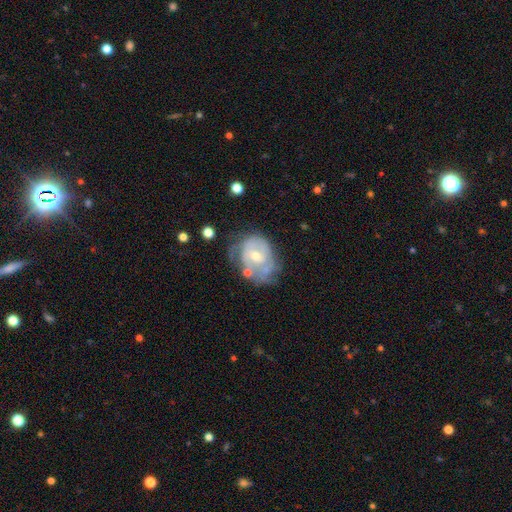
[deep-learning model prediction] Smooth or featured?
  - featured or disk: 69% *
  - smooth: 25%
  - star or artifact: 7%
Edge-on disk?
  - no: 97% *
  - yes: 3%
Bar?
  - no: 54% *
  - weak: 39%
  - strong: 7%
Spiral arms?
  - yes: 69% *
  - no: 31%
Bulge size?
  - small: 50% *
  - moderate: 46%
  - large: 2%
  - none: 2%
  - dominant: 1%
Merging?
  - none: 41% *
  - minor disturbance: 30%
  - major disturbance: 20%
  - merger: 9%